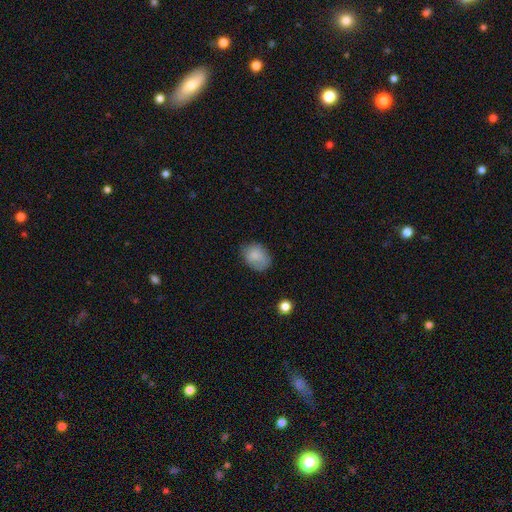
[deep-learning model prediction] The model was most divided on "how rounded": in between: 59%, round: 40%, cigar-shaped: 1%. More confident: smooth or featured — smooth (83%); merging — none (69%).